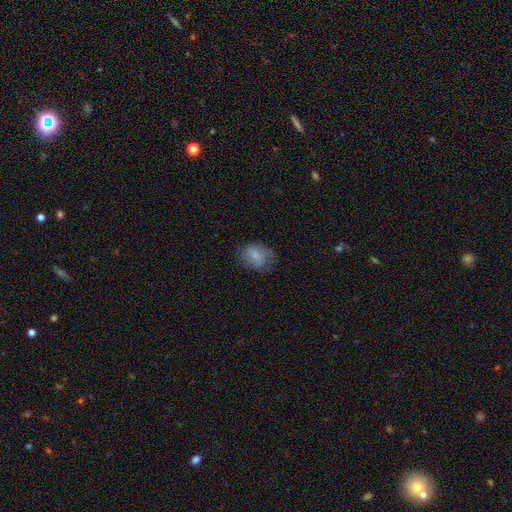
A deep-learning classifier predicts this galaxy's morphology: smooth 69%, featured or disk 22%, star or artifact 8%. Down the decision tree: how rounded — in between (60%); merging — none (62%).